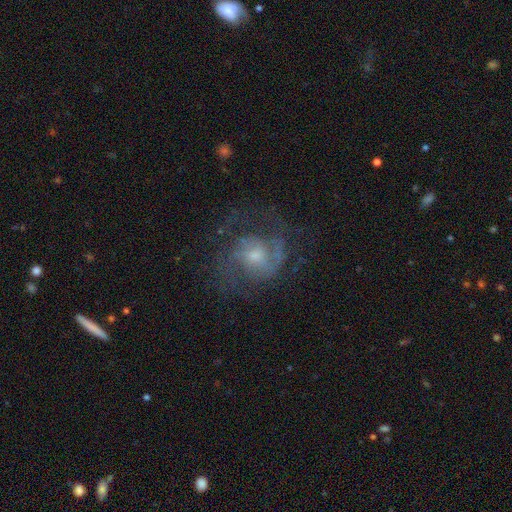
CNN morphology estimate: smooth-or-featured: featured or disk: 75% | smooth: 16% | star or artifact: 8%
  disk-edge-on: no: 98% | yes: 2%
    bar: no: 54% | weak: 39% | strong: 7%
    has-spiral-arms: yes: 87% | no: 13%
      spiral-winding: medium: 50% | tight: 29% | loose: 22%
      spiral-arm-count: 2: 52% | can't tell: 22% | 3: 11% | 1: 8% | 4: 3% | more than 4: 3%
    bulge-size: small: 45% | moderate: 43% | none: 6% | large: 5% | dominant: 1%
  merging: none: 59% | major disturbance: 21% | minor disturbance: 18% | merger: 2%